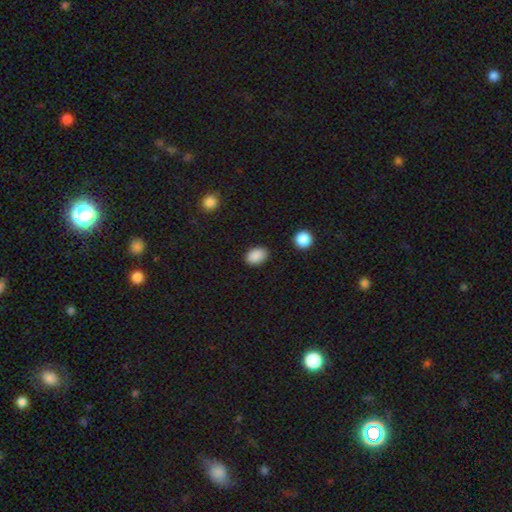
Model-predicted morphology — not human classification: This appears to be a smooth galaxy with no disk features (89%) that is in between round and cigar-shaped (81%). Merging: none (87%).